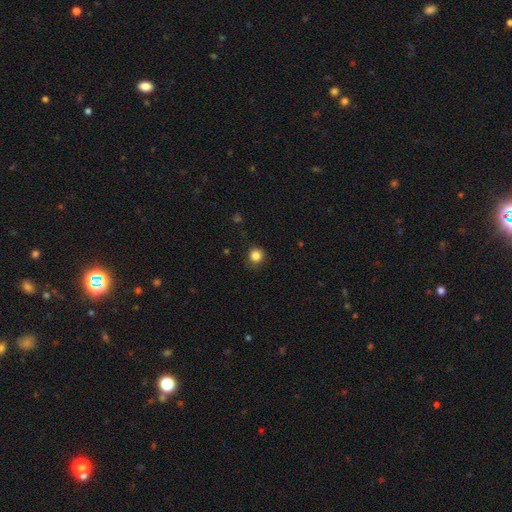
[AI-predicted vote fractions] The model was most divided on "smooth or featured": smooth: 85%, star or artifact: 11%, featured or disk: 4%. More confident: how rounded — round (92%); merging — none (86%).